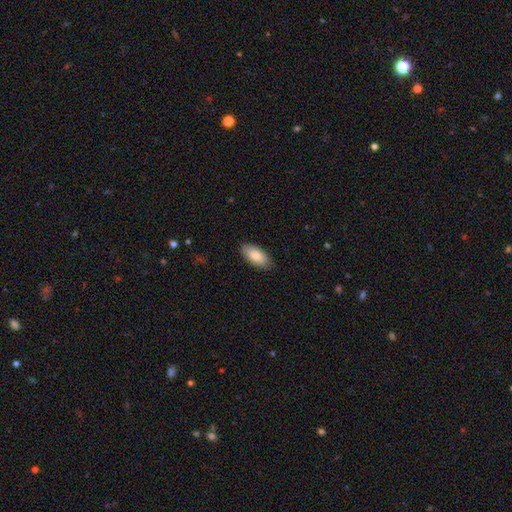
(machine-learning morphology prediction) Smooth or featured: smooth — 85% (featured or disk — 9%)
How rounded: in between — 92% (cigar-shaped — 6%)
Merging: none — 87% (minor disturbance — 10%)